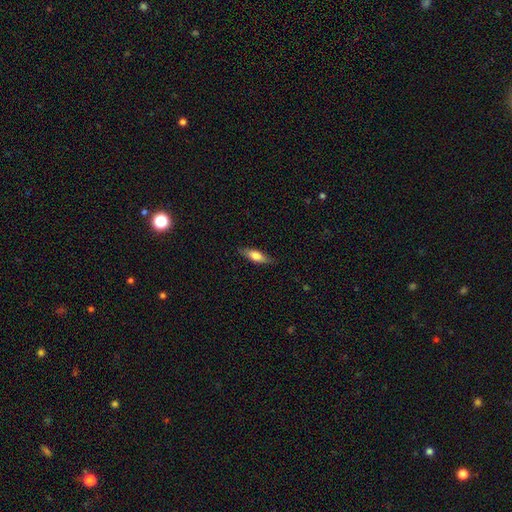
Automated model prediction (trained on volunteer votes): smooth_or_featured: smooth (p=0.67) [alt: featured or disk p=0.26]
how_rounded: in between (p=0.50) [alt: cigar-shaped p=0.48]
merging: none (p=0.82) [alt: minor disturbance p=0.14]